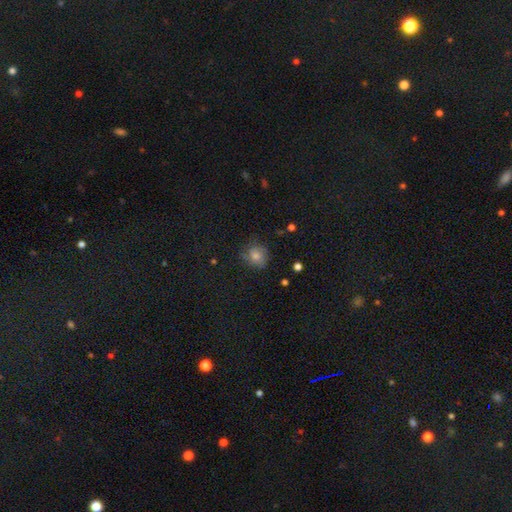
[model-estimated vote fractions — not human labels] smooth-or-featured: smooth: 60% | featured or disk: 22% | star or artifact: 18%
  how-rounded: round: 80% | in between: 18% | cigar-shaped: 1%
  merging: none: 73% | minor disturbance: 19% | major disturbance: 7% | merger: 2%